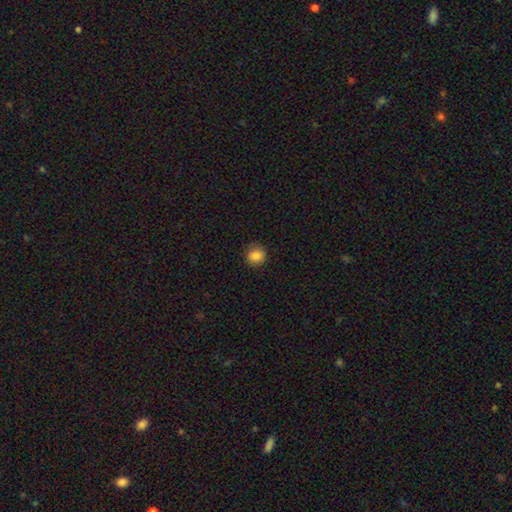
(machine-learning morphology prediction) type=smooth (85%); roundness=round (85%); merging=none (86%).